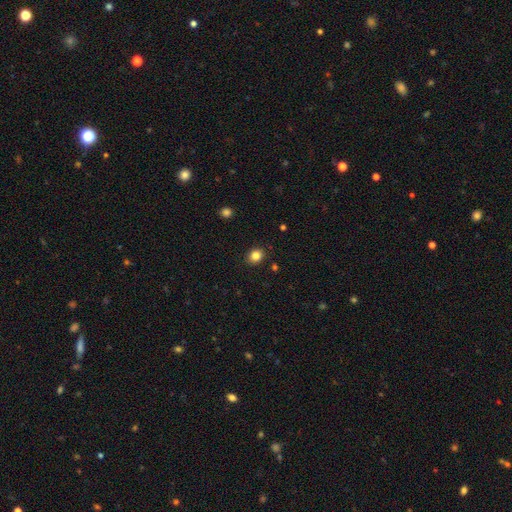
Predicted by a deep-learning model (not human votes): smooth_or_featured: smooth (p=0.84) [alt: star or artifact p=0.11]
how_rounded: round (p=0.57) [alt: in between p=0.42]
merging: none (p=0.89) [alt: minor disturbance p=0.08]